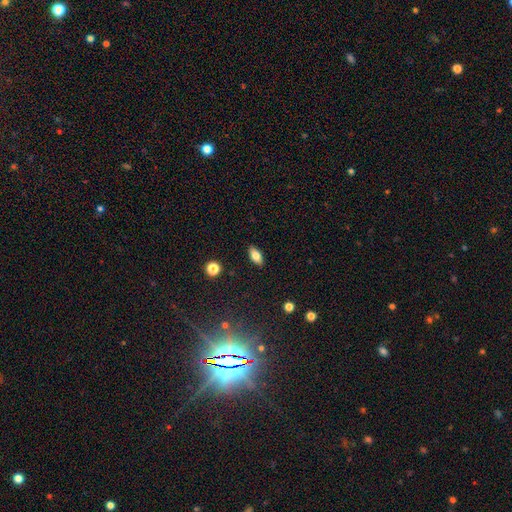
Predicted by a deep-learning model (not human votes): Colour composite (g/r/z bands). It shows a smooth galaxy with no disk features (76%) that is in between round and cigar-shaped (86%). Merging: none (89%).